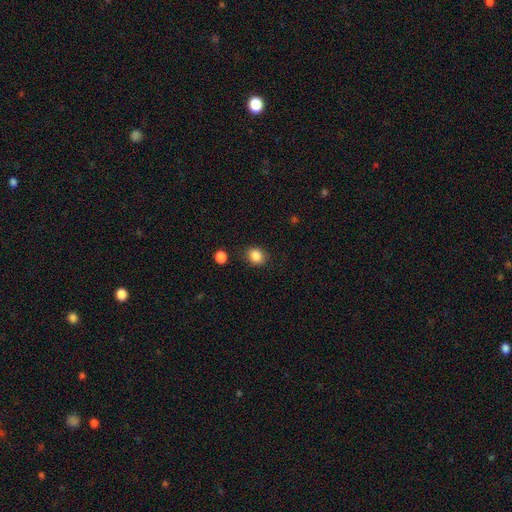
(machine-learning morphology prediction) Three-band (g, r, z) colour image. It shows a smooth galaxy with no disk features (86%) that is round (63%). Merging: none (83%).